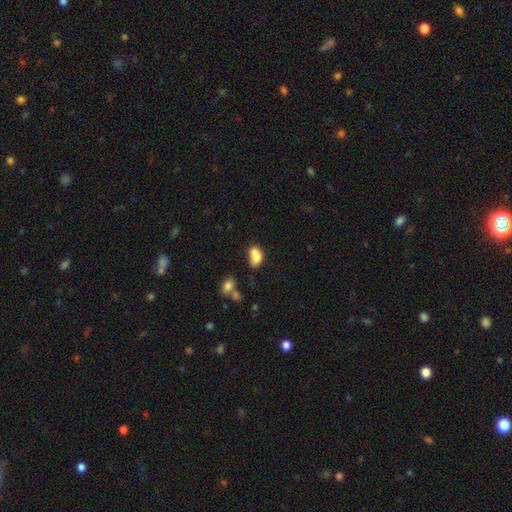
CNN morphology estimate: A smooth galaxy with no disk features (76%) that is in between round and cigar-shaped (78%).

Vote fractions:
- Smooth or featured? smooth: 76% / featured or disk: 14% / star or artifact: 10%
- How rounded? in between: 78% / round: 20% / cigar-shaped: 2%
- Merging? merger: 47% / none: 29% / minor disturbance: 17% / major disturbance: 8%